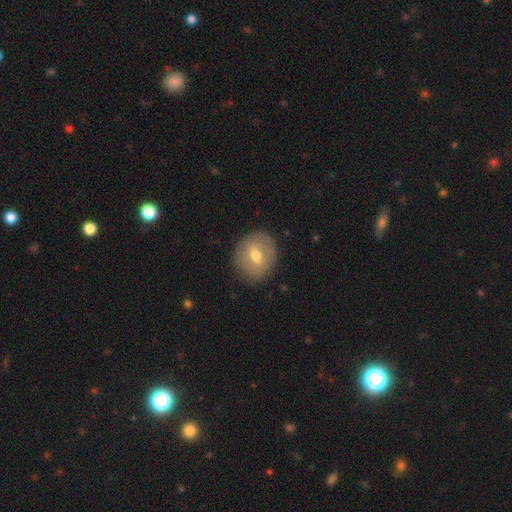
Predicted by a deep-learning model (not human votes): Smooth or featured? Predicted: smooth (p=0.56). How rounded? Predicted: round (p=0.71). Merging? Predicted: none (p=0.85).